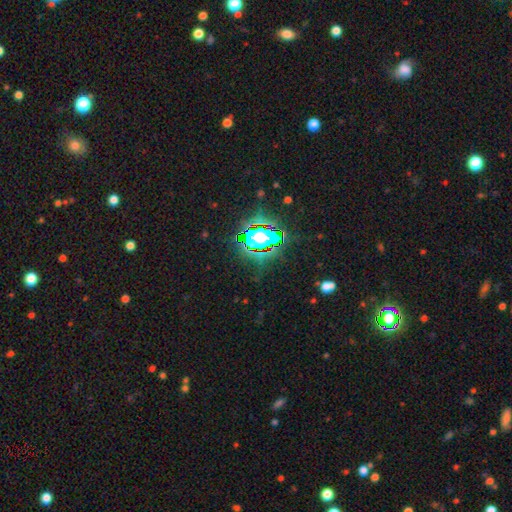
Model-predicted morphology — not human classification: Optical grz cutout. It shows a star or artifact, not a galaxy (83%).